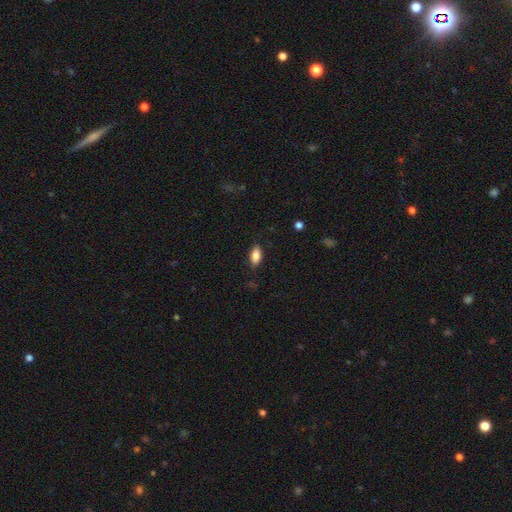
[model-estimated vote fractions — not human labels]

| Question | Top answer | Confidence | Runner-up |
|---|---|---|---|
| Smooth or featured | smooth | 83% | featured or disk (9%) |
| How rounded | in between | 88% | cigar-shaped (9%) |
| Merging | none | 84% | minor disturbance (12%) |